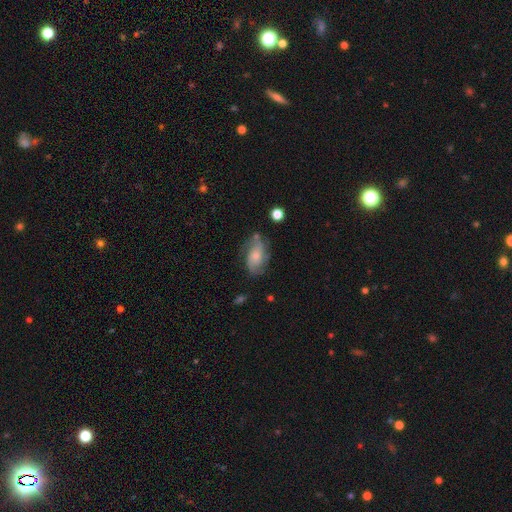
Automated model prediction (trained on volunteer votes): Smooth or featured: featured or disk — 62% (smooth — 31%)
Edge-on disk: no — 95% (yes — 5%)
Bar: no — 69% (weak — 26%)
Spiral arms: yes — 88% (no — 12%)
Spiral winding: medium — 44% (loose — 31%)
Spiral arm count: 2 — 67% (can't tell — 17%)
Bulge size: small — 43% (moderate — 36%)
Merging: none — 60% (minor disturbance — 25%)